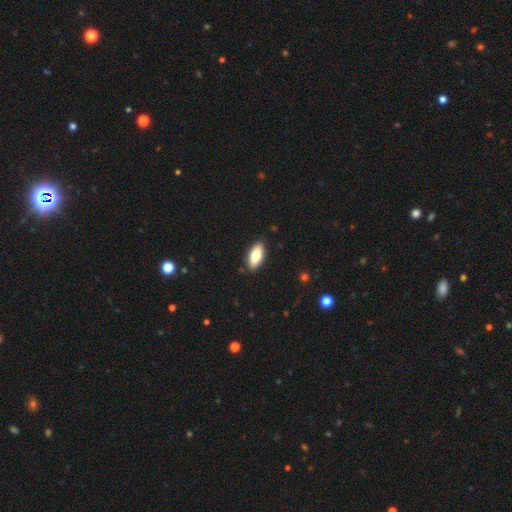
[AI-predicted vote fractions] A smooth galaxy with no disk features (77%) that is in between round and cigar-shaped (86%). Merging: none (89%).